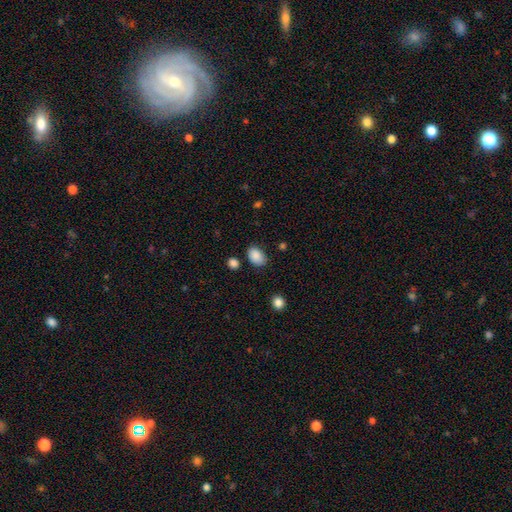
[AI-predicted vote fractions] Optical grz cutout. It shows a smooth galaxy with no disk features (88%) that is in between round and cigar-shaped (81%). Merging: none (77%).